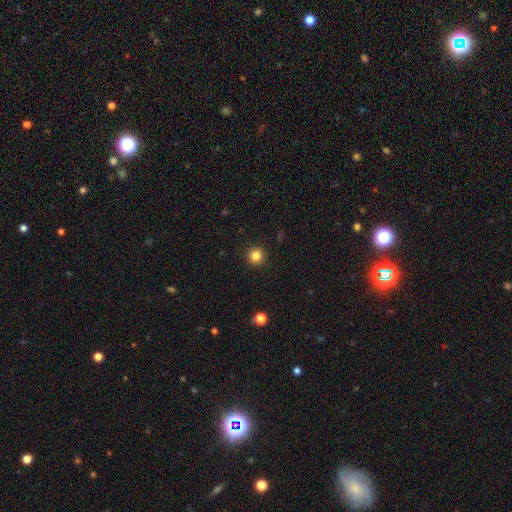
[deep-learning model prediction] A smooth galaxy with no disk features (84%) that is round (95%). Merging: none (93%).